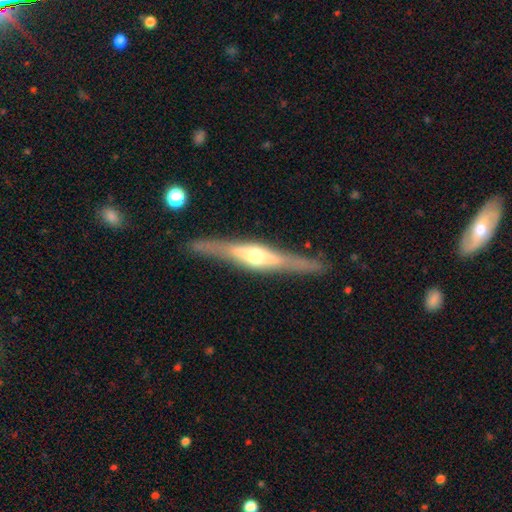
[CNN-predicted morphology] A featured or disk galaxy (77%) viewed edge-on (96%) with a rounded central bulge (91%). Merging: none (87%).